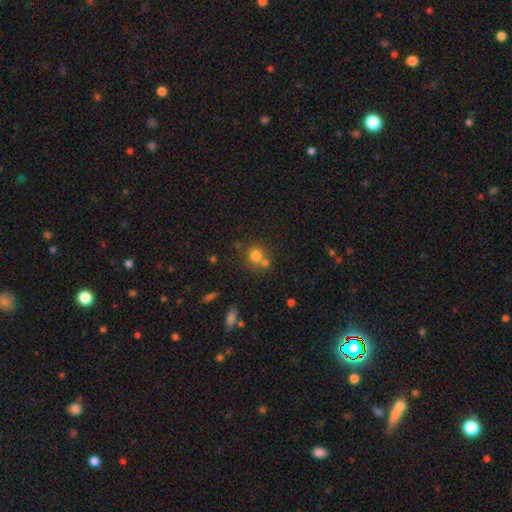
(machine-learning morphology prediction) This is likely a smooth galaxy (76%). How rounded: clearly round (85%). Merging: possibly none (52%).